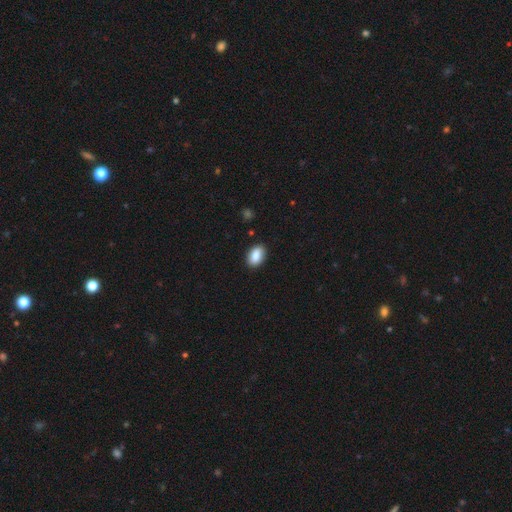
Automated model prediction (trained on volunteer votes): Morphology: type=smooth (87%); roundness=in between (89%); merging=none (88%).